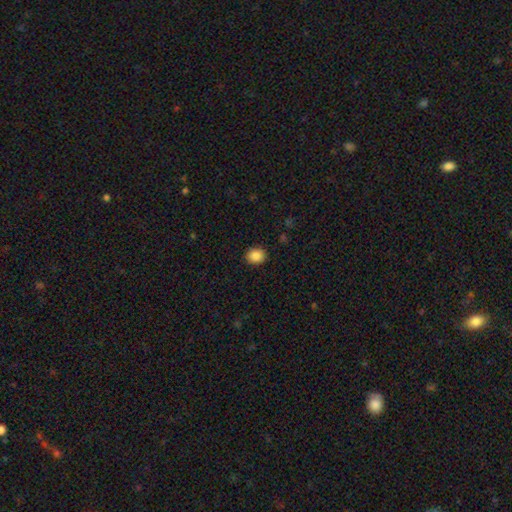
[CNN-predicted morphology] A smooth galaxy with no disk features (88%) that is round (67%).

Vote fractions:
- Smooth or featured? smooth: 88% / star or artifact: 9% / featured or disk: 3%
- How rounded? round: 67% / in between: 32% / cigar-shaped: 1%
- Merging? none: 90% / minor disturbance: 7% / major disturbance: 2% / merger: 1%